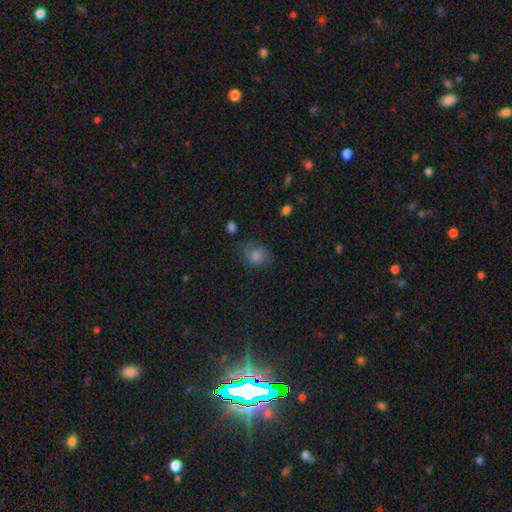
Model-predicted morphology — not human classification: smooth 64%, star or artifact 19%, featured or disk 17%. Down the decision tree: how rounded — in between (54%); merging — none (70%).